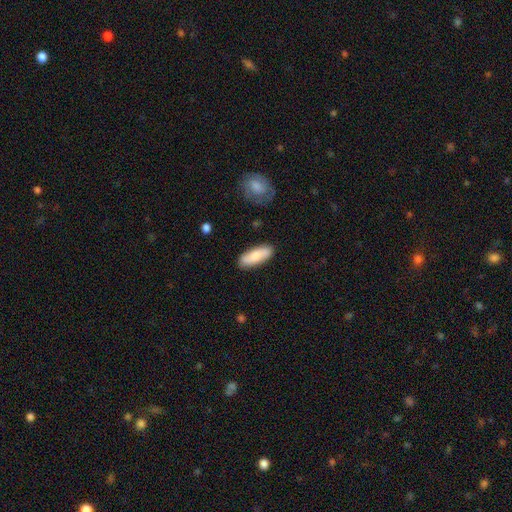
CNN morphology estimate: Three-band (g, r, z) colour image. It shows a smooth galaxy with no disk features (77%) that is in between round and cigar-shaped (66%). Merging: none (85%).